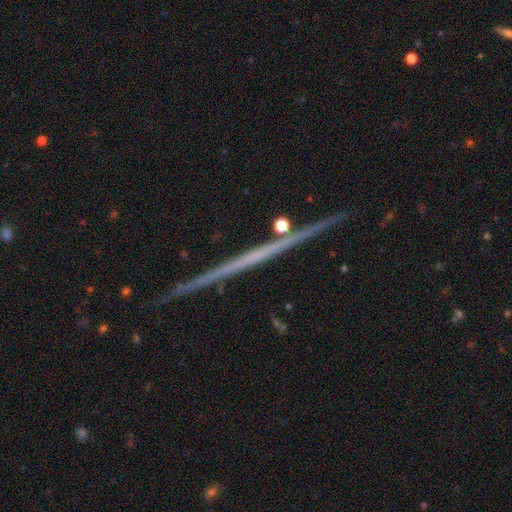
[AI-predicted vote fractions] Smooth or featured: featured or disk — 71% (smooth — 20%)
Edge-on disk: yes — 98% (no — 2%)
Edge-on bulge: none — 90% (rounded — 6%)
Merging: none — 90% (minor disturbance — 6%)